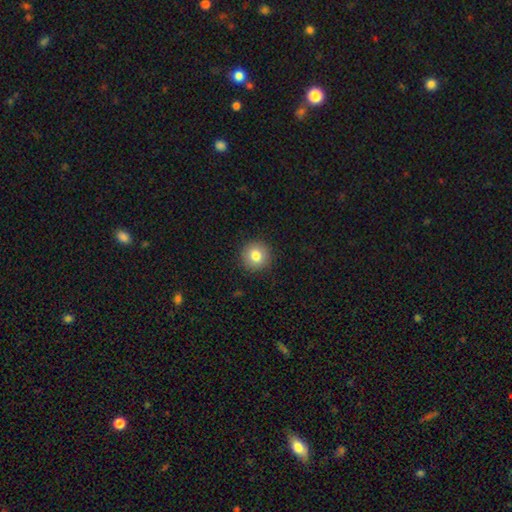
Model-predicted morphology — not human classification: Smooth or featured? Predicted: smooth (p=0.81). How rounded? Predicted: round (p=0.94). Merging? Predicted: none (p=0.92).